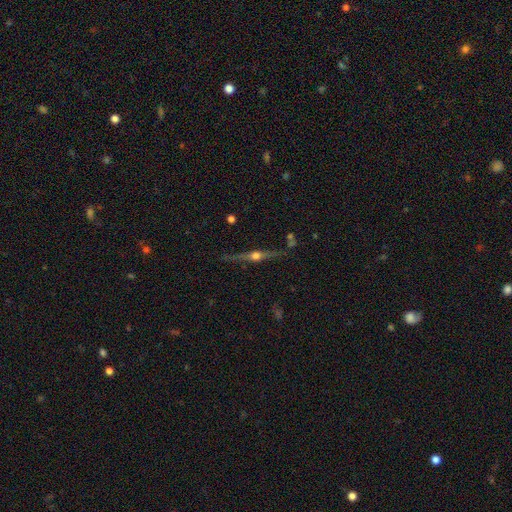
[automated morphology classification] smooth-or-featured: featured or disk: 82% | smooth: 11% | star or artifact: 7%
  disk-edge-on: yes: 98% | no: 2%
    edge-on-bulge: rounded: 95% | boxy: 3% | none: 2%
  merging: none: 84% | minor disturbance: 11% | merger: 3% | major disturbance: 3%